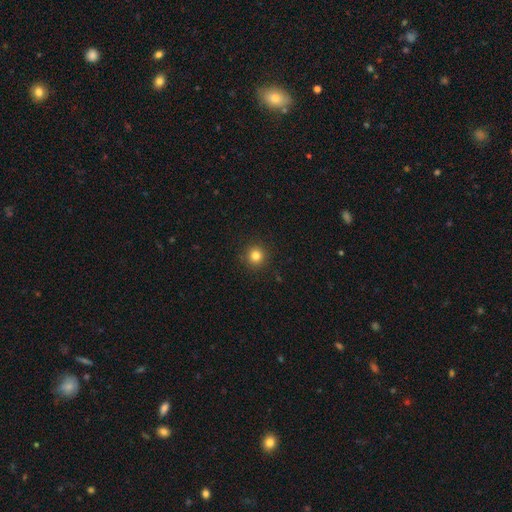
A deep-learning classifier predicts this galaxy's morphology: This is clearly a smooth galaxy (82%). How rounded: clearly round (95%). Merging: clearly none (92%).